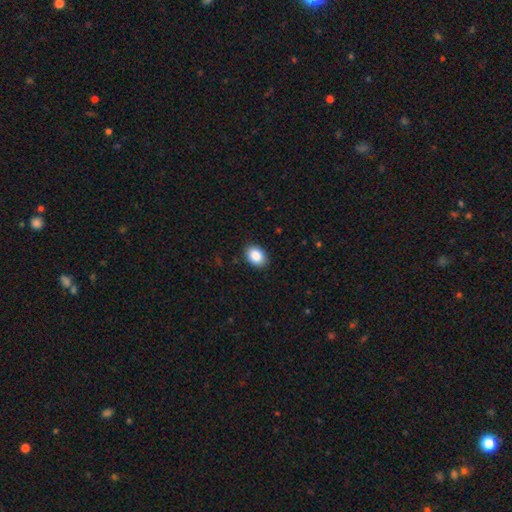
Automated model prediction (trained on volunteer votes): This is clearly a smooth galaxy (88%). How rounded: likely in between (73%). Merging: clearly none (88%).